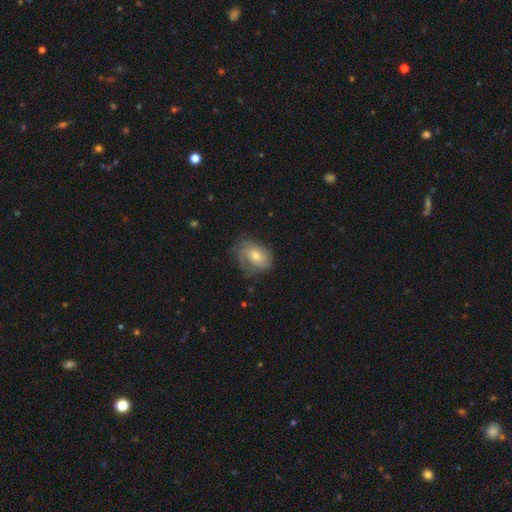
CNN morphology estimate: This appears to be a featured or disk galaxy (51%). Merging: none (58%).